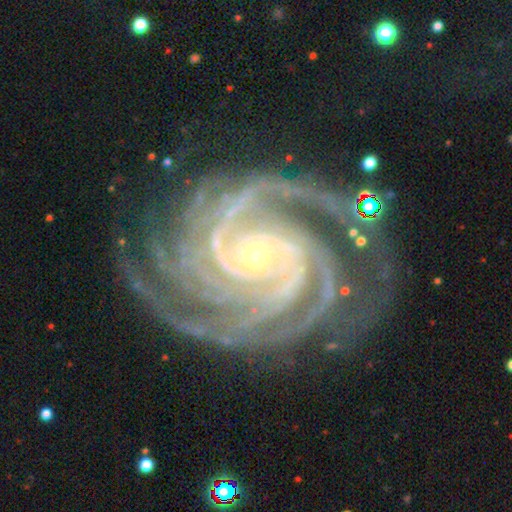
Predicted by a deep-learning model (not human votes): Smooth or featured? featured or disk (93%)
Edge-on disk? no (98%)
Bar? no (61%)
Spiral arms? yes (99%)
Spiral winding? tight (77%)
Spiral arm count? 4 (34%)
Bulge size? small (82%)
Merging? none (75%)